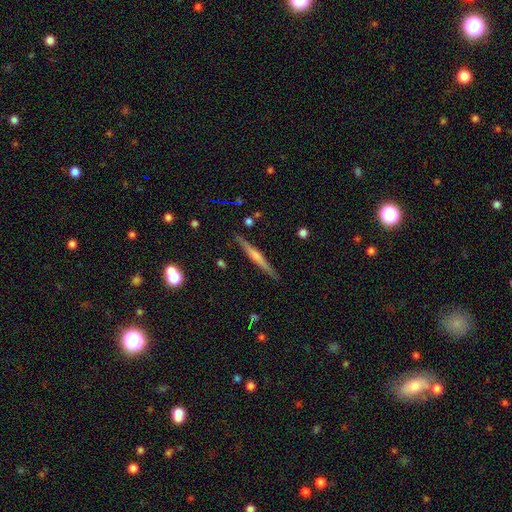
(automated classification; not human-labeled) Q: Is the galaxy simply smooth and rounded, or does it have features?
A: featured or disk — 62%.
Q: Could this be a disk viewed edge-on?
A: yes — 98%.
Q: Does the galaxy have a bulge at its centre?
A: rounded — 48%.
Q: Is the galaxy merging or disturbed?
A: none — 90%.